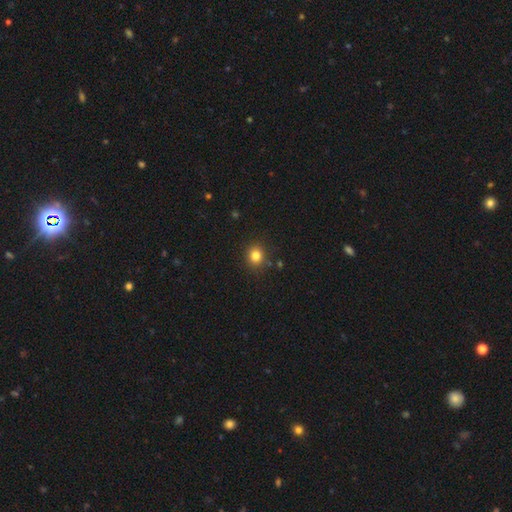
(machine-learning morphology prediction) smooth_or_featured: smooth (p=0.81) [alt: star or artifact p=0.13]
how_rounded: round (p=0.82) [alt: in between p=0.17]
merging: none (p=0.88) [alt: minor disturbance p=0.08]